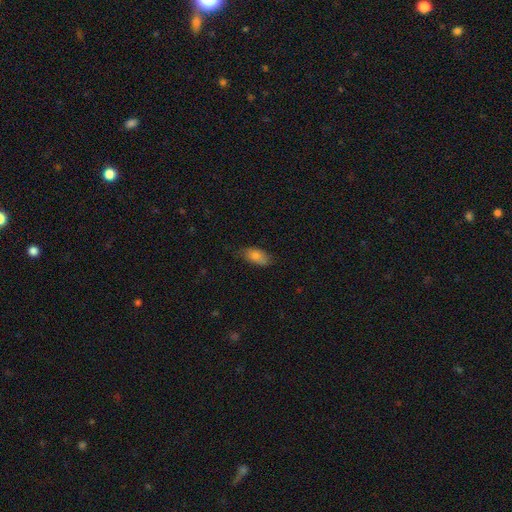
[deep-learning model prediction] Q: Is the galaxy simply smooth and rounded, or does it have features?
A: smooth — 81%.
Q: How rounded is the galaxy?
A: in between — 90%.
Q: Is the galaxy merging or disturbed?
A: none — 71%.